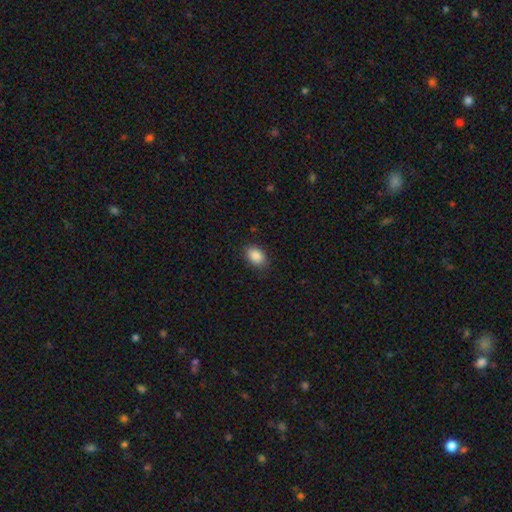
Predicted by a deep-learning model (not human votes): This appears to be a smooth galaxy with no disk features (89%) that is in between round and cigar-shaped (86%). Merging: none (85%).